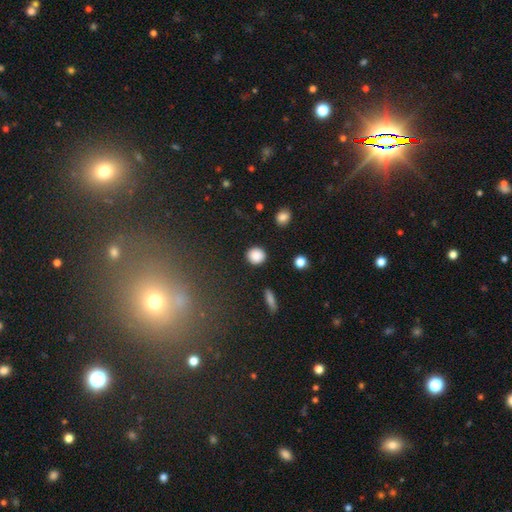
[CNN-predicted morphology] This is clearly a smooth galaxy (87%). How rounded: clearly round (87%). Merging: clearly none (89%).